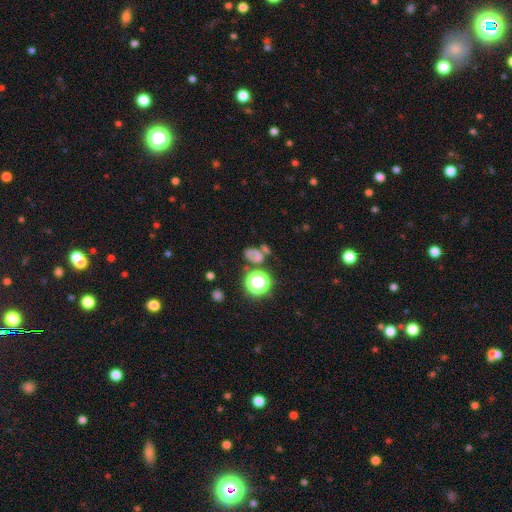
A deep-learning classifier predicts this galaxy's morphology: Smooth or featured? smooth (50%)
How rounded? round (52%)
Merging? none (49%)